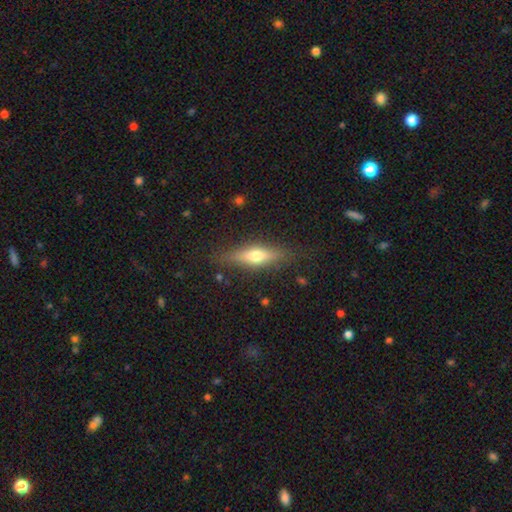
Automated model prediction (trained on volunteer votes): This appears to be a featured or disk galaxy (48%). Merging: none (84%).